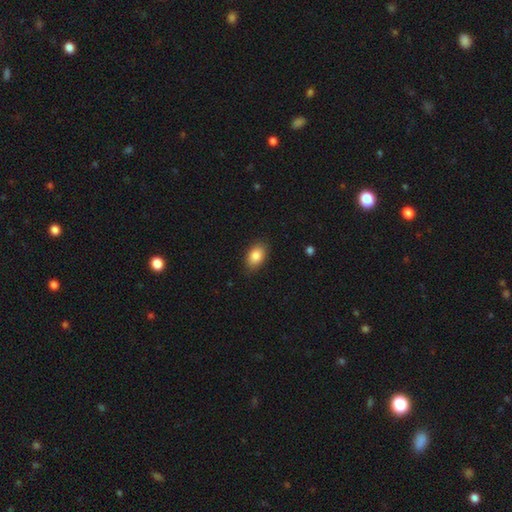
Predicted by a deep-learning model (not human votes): Smooth or featured? Predicted: smooth (p=0.86). How rounded? Predicted: in between (p=0.89). Merging? Predicted: none (p=0.85).